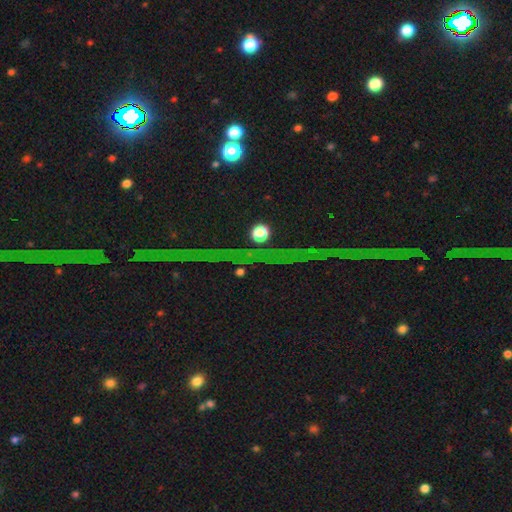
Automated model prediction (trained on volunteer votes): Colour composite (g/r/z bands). It shows a star or artifact, not a galaxy (81%).